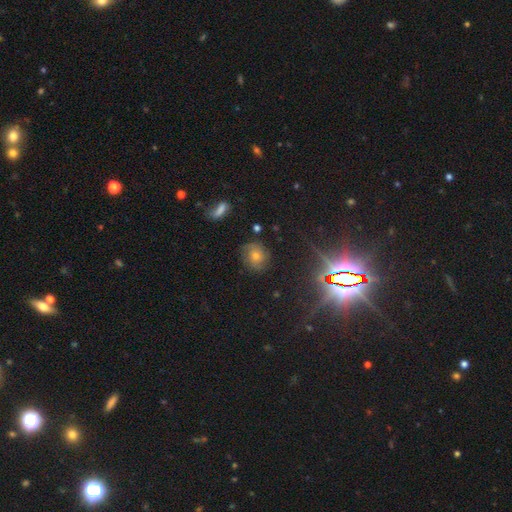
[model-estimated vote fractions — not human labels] A smooth galaxy with no disk features (36%).

Vote fractions:
- Smooth or featured? smooth: 36% / star or artifact: 33% / featured or disk: 32%
- Merging? none: 76% / minor disturbance: 16% / major disturbance: 6% / merger: 2%